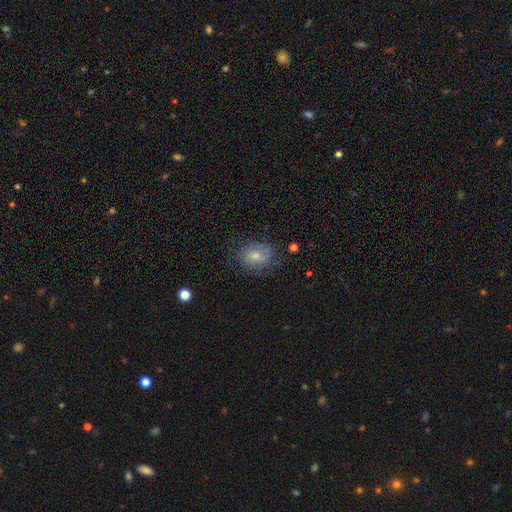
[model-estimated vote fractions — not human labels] smooth-or-featured: smooth: 71% | featured or disk: 20% | star or artifact: 9%
  how-rounded: in between: 53% | round: 46% | cigar-shaped: 1%
  merging: none: 69% | minor disturbance: 21% | major disturbance: 8% | merger: 2%